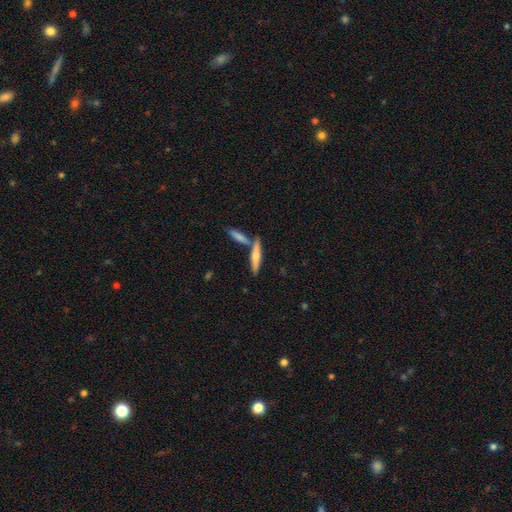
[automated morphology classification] type=smooth (50%); roundness=cigar-shaped (85%); merging=none (64%).